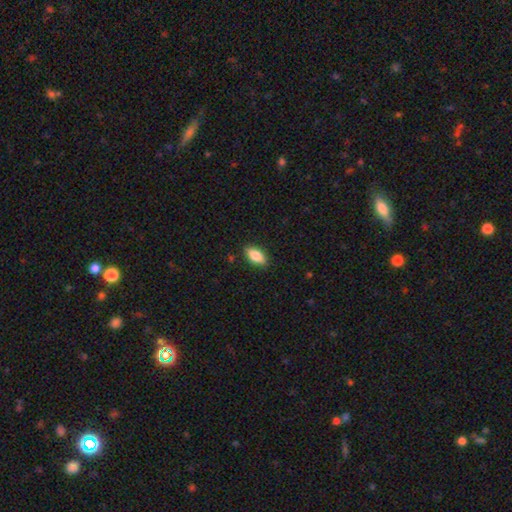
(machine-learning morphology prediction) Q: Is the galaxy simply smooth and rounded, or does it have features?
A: smooth — 77%.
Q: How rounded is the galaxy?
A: in between — 86%.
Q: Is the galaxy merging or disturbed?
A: none — 87%.